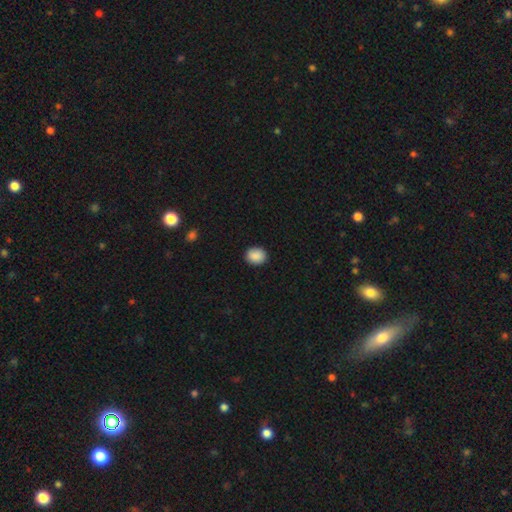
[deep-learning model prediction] Morphology: type=smooth (90%); roundness=round (62%); merging=none (91%).